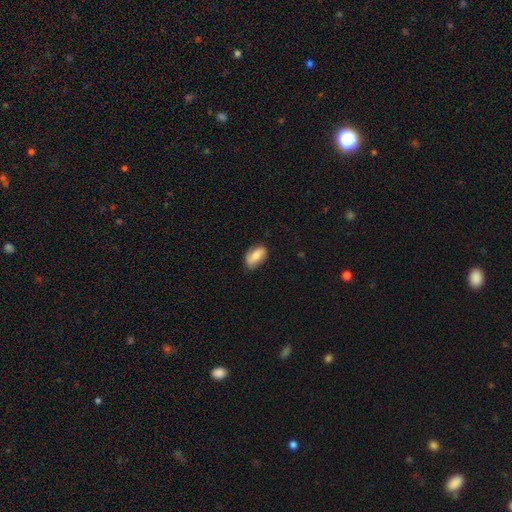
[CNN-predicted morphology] Q: Smooth or featured?
A: smooth (72%); runner-up: featured or disk (22%)
Q: How rounded?
A: in between (92%); runner-up: round (6%)
Q: Merging?
A: none (72%); runner-up: minor disturbance (22%)